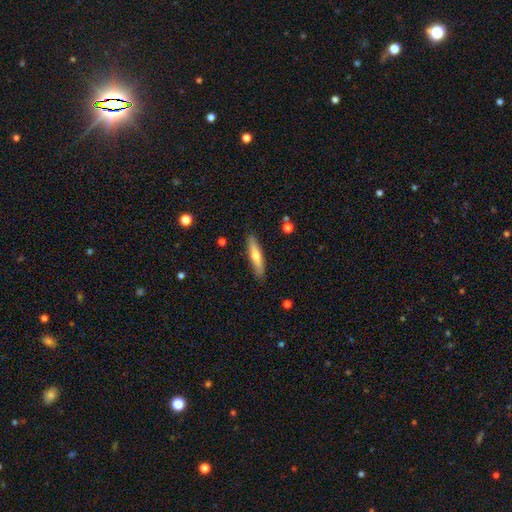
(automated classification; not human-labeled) Smooth or featured? Predicted: smooth (p=0.55). How rounded? Predicted: cigar-shaped (p=0.83). Merging? Predicted: none (p=0.87).